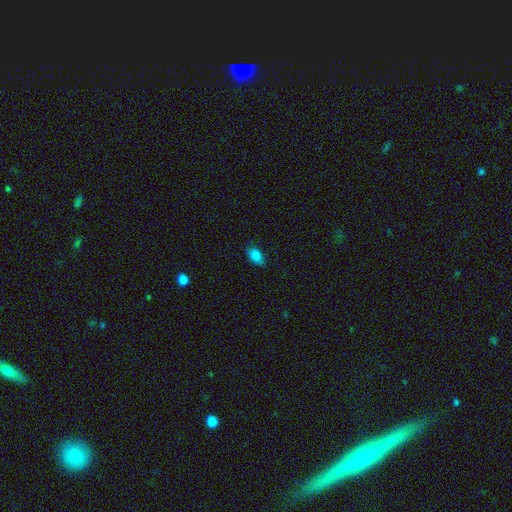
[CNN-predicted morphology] smooth-or-featured: smooth: 86% | star or artifact: 9% | featured or disk: 5%
  how-rounded: in between: 91% | round: 7% | cigar-shaped: 2%
  merging: none: 76% | minor disturbance: 19% | major disturbance: 4% | merger: 1%